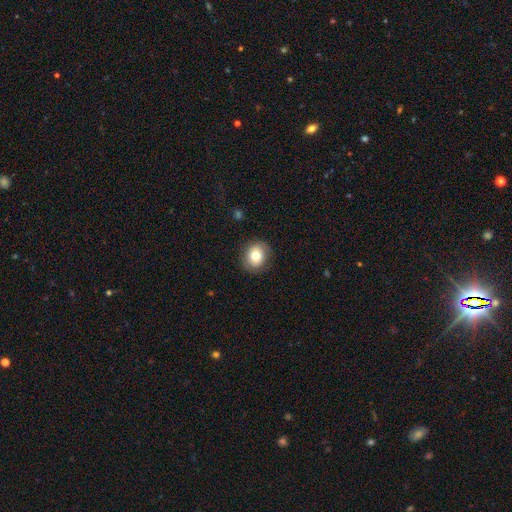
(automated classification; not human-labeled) This is likely a smooth galaxy (77%). How rounded: likely round (65%). Merging: clearly none (85%).